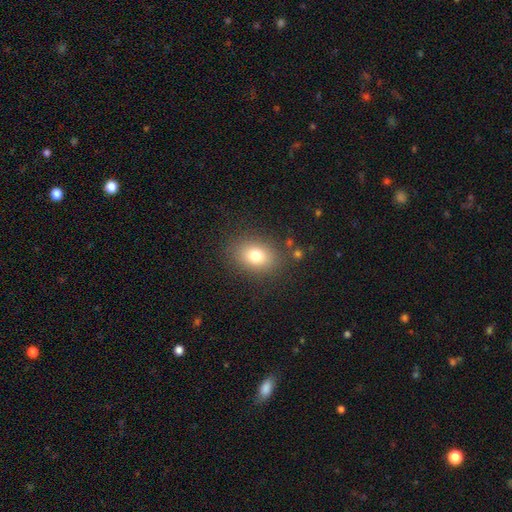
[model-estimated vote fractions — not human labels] A smooth galaxy with no disk features (77%) that is in between round and cigar-shaped (61%). Merging: none (84%).